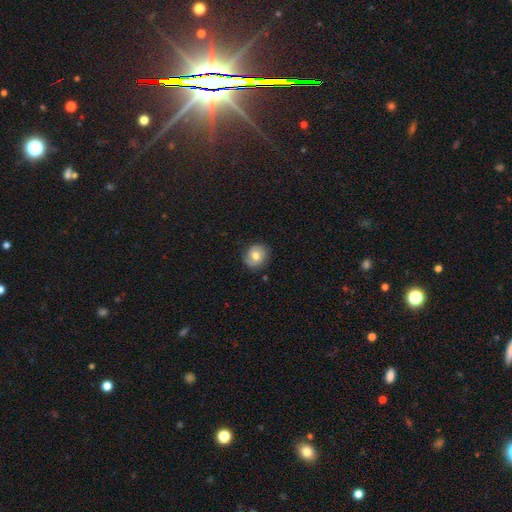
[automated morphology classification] type=smooth (67%); roundness=round (78%); merging=none (81%).